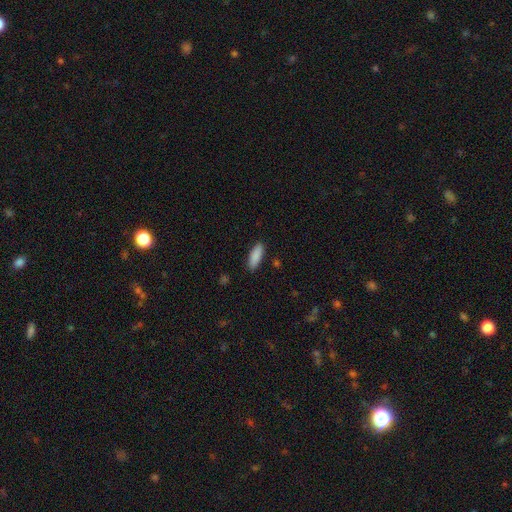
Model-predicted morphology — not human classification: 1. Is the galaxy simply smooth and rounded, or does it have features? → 89% smooth, 6% star or artifact, 5% featured or disk.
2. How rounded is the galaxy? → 61% in between, 37% cigar-shaped, 2% round.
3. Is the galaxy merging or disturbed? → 87% none, 10% minor disturbance, 2% major disturbance, 1% merger.